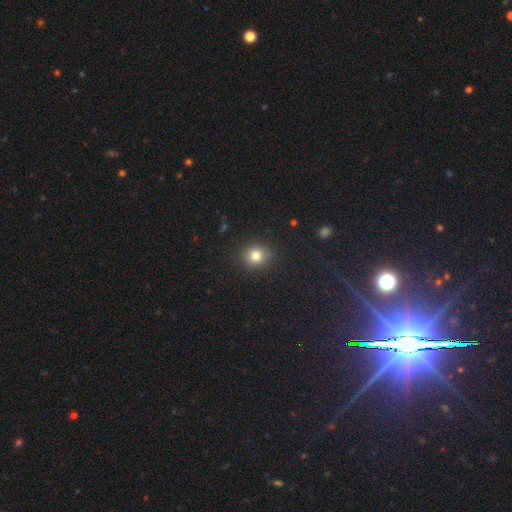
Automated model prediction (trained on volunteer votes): Smooth or featured?
  - smooth: 80% *
  - star or artifact: 14%
  - featured or disk: 7%
How rounded?
  - round: 88% *
  - in between: 11%
  - cigar-shaped: 1%
Merging?
  - none: 89% *
  - minor disturbance: 7%
  - major disturbance: 2%
  - merger: 1%